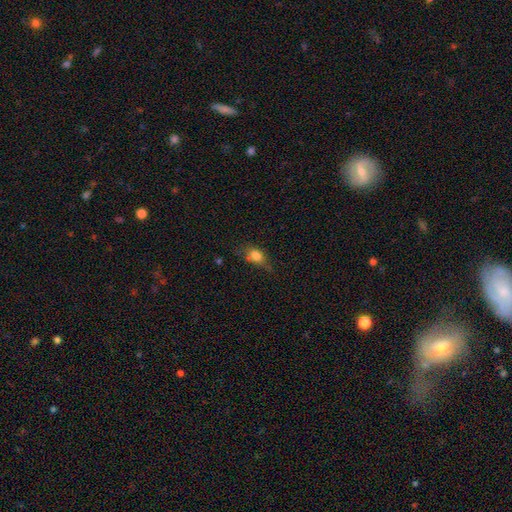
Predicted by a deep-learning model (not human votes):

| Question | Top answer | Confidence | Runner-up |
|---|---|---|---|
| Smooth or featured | smooth | 78% | featured or disk (11%) |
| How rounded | in between | 67% | round (29%) |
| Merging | none | 47% | minor disturbance (33%) |